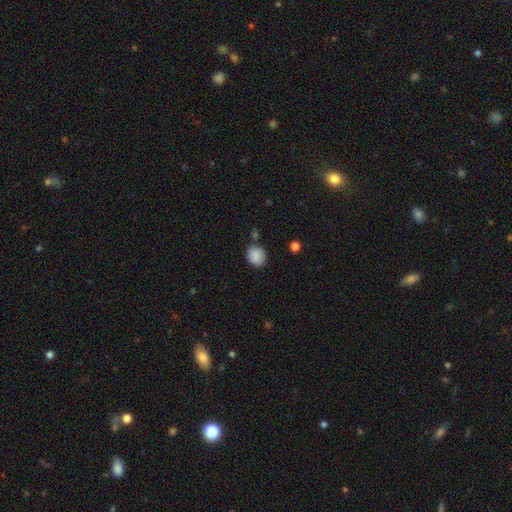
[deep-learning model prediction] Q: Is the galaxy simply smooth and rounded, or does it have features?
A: smooth — 86%.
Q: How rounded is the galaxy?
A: round — 71%.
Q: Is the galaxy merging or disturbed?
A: none — 70%.